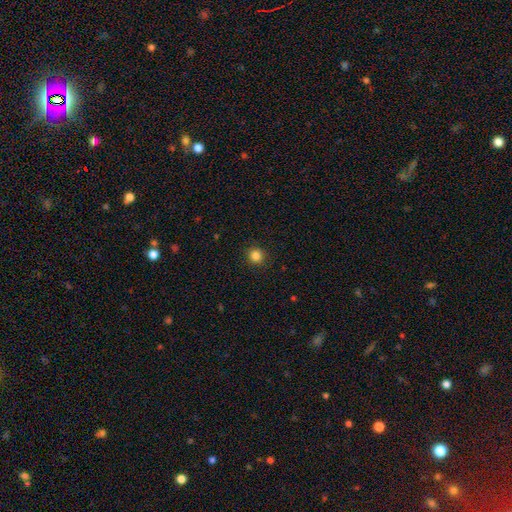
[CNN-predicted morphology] The model was most divided on "smooth or featured": smooth: 84%, star or artifact: 12%, featured or disk: 4%. More confident: how rounded — round (92%); merging — none (92%).